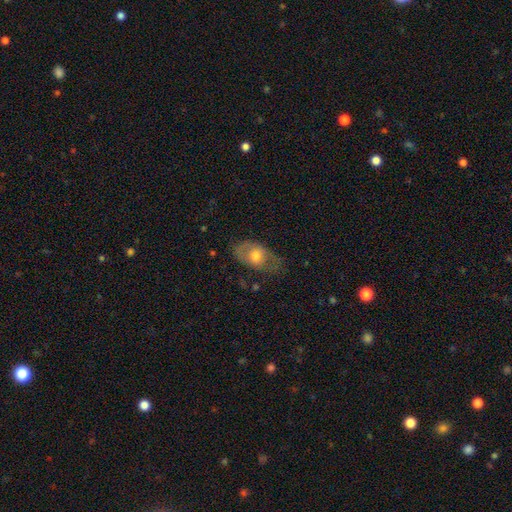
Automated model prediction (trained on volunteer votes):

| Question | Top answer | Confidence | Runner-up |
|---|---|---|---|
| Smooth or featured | smooth | 54% | featured or disk (39%) |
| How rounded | in between | 85% | round (13%) |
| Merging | none | 56% | minor disturbance (28%) |